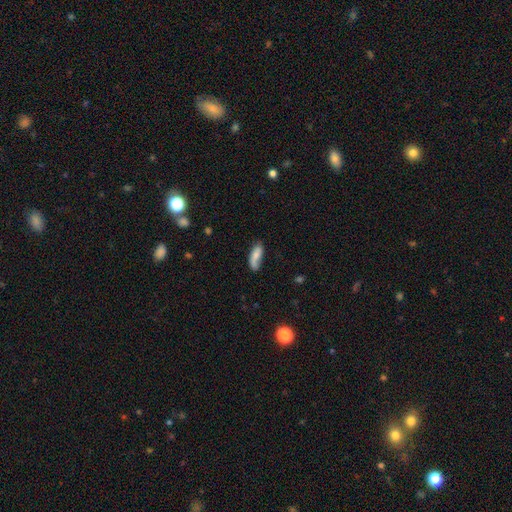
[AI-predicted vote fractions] A smooth galaxy with no disk features (74%) that is in between round and cigar-shaped (67%). Merging: none (57%).